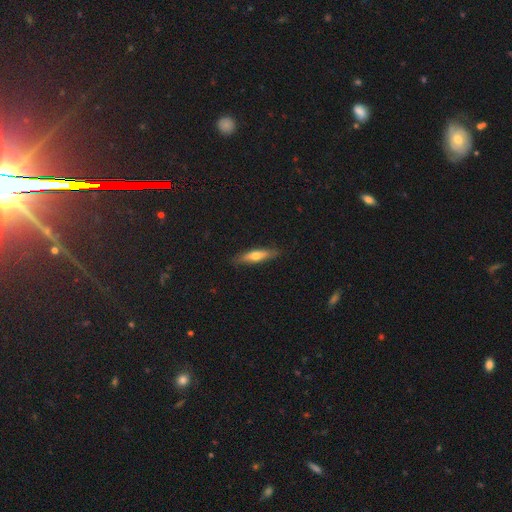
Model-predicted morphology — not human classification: This appears to be a smooth galaxy with no disk features (58%) that is cigar-shaped (75%). Merging: none (85%).